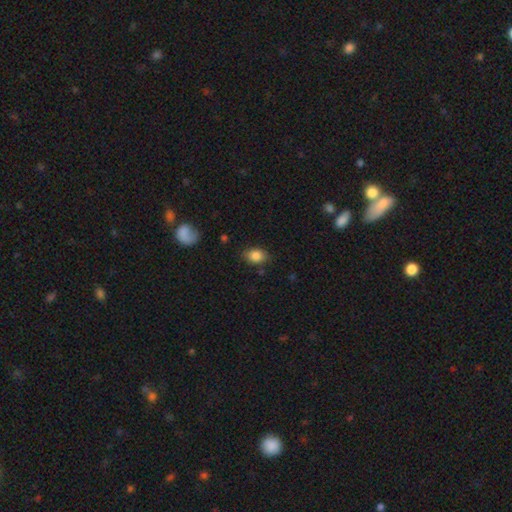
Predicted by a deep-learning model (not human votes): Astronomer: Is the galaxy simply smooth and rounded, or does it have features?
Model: smooth — 85%.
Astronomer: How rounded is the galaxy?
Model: in between — 76%.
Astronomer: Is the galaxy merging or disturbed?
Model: none — 80%.